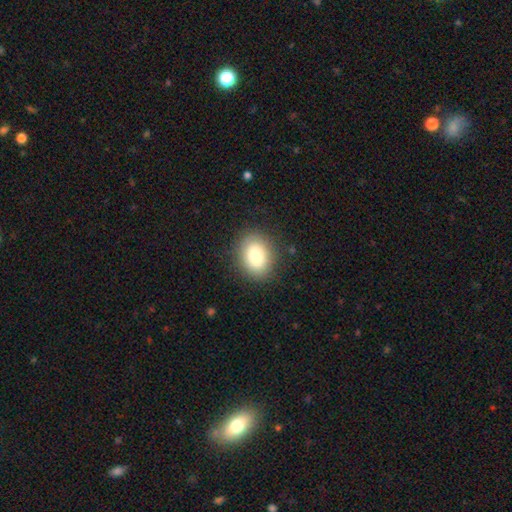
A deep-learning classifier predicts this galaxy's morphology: smooth-or-featured: smooth: 82% | star or artifact: 9% | featured or disk: 9%
  how-rounded: in between: 62% | round: 38% | cigar-shaped: 1%
  merging: none: 86% | minor disturbance: 9% | major disturbance: 3% | merger: 1%